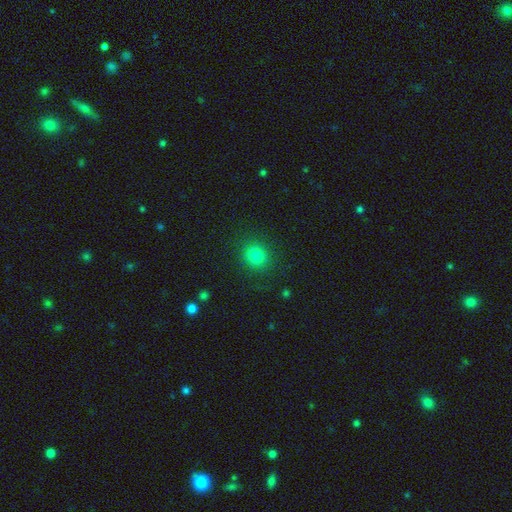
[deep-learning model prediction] This appears to be a smooth galaxy with no disk features (81%) that is round (82%). Merging: none (88%).